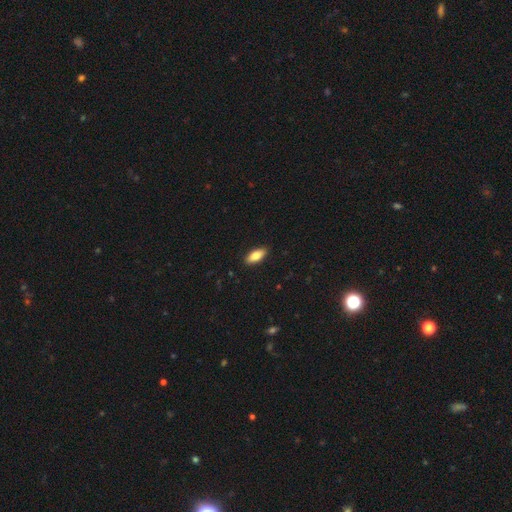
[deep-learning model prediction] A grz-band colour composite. It shows a smooth galaxy with no disk features (82%) that is in between round and cigar-shaped (83%). Merging: none (90%).